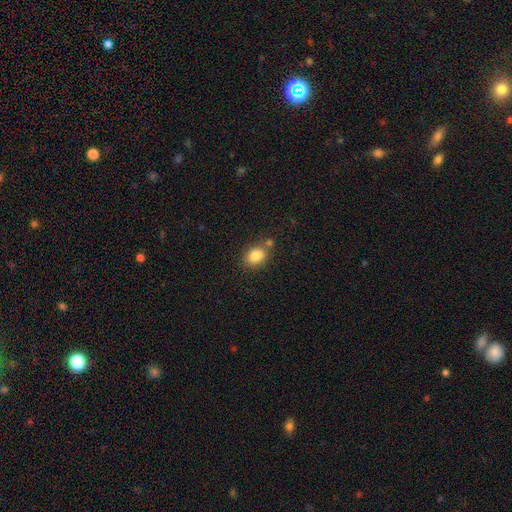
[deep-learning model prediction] A smooth galaxy with no disk features (84%) that is in between round and cigar-shaped (62%). Merging: none (69%).